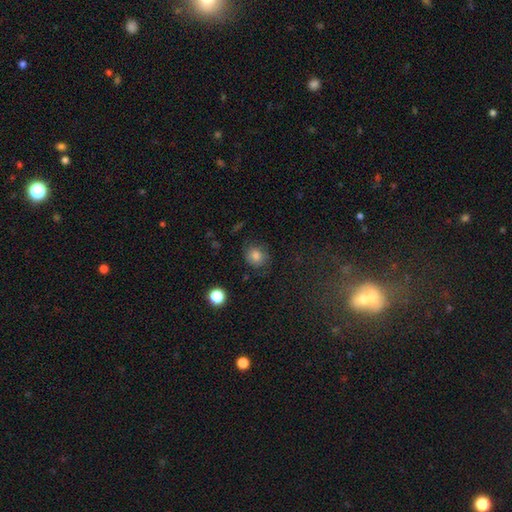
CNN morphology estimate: This appears to be a smooth galaxy with no disk features (77%) that is round (74%). Merging: none (75%).